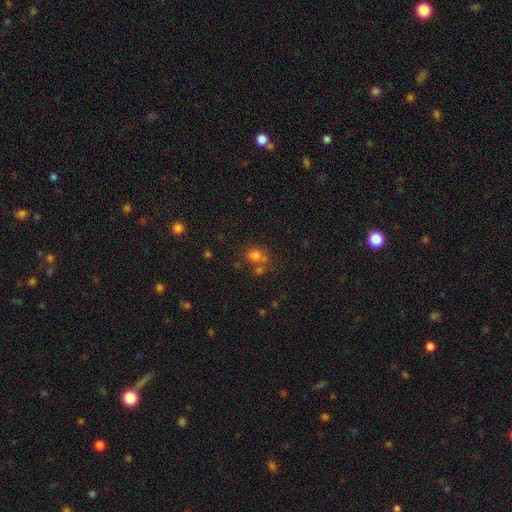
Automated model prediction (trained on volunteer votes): Smooth or featured: smooth — 73% (star or artifact — 16%)
How rounded: round — 64% (in between — 35%)
Merging: none — 48% (merger — 33%)